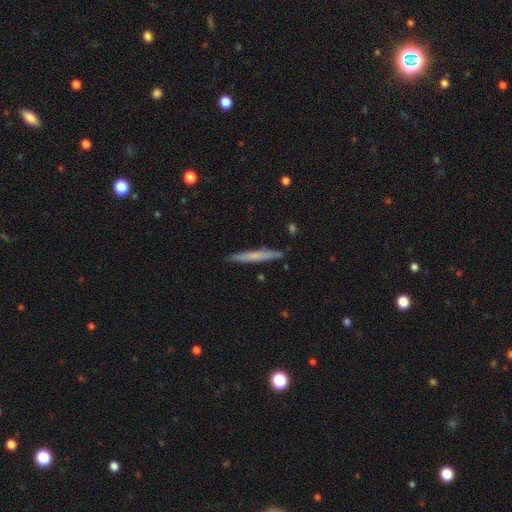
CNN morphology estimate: A smooth galaxy with no disk features (60%) that is cigar-shaped (96%). Merging: none (89%).